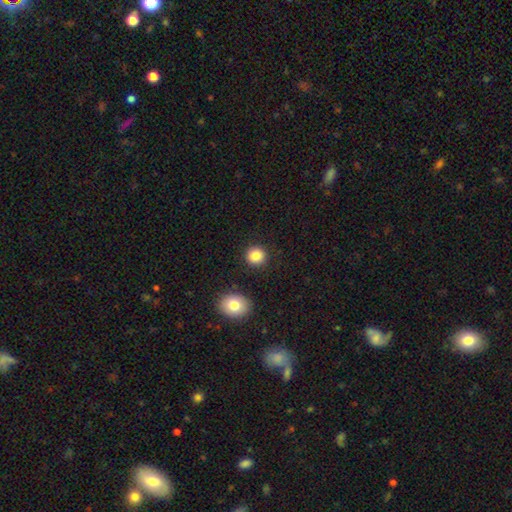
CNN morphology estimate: Overall: smooth (85%). How rounded: round (90%). Merging: none (90%).